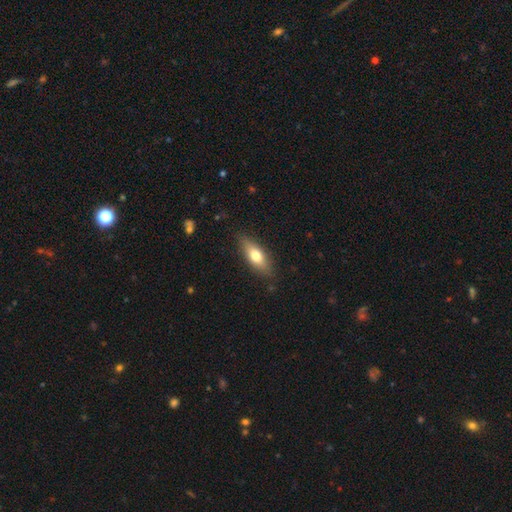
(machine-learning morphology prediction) Smooth or featured: smooth — 69% (featured or disk — 25%)
How rounded: in between — 63% (cigar-shaped — 34%)
Merging: none — 84% (minor disturbance — 13%)